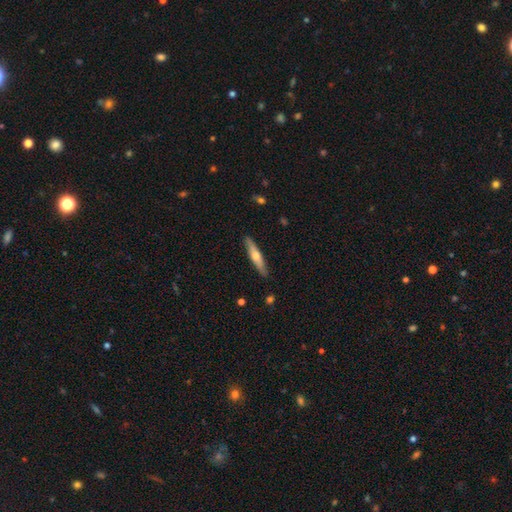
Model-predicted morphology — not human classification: A smooth galaxy with no disk features (48%). Merging: none (89%).